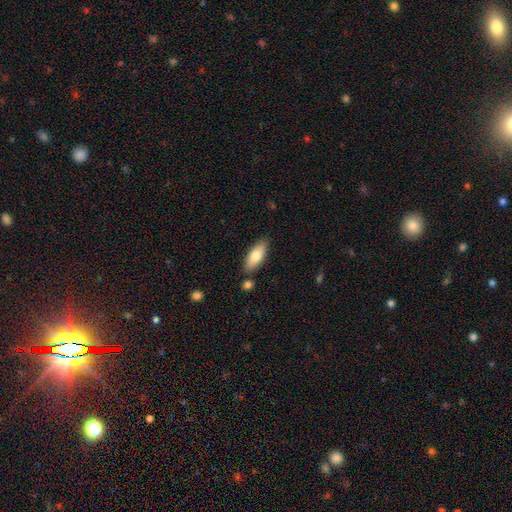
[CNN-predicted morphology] Overall: smooth (76%). How rounded: in between (78%). Merging: none (81%).